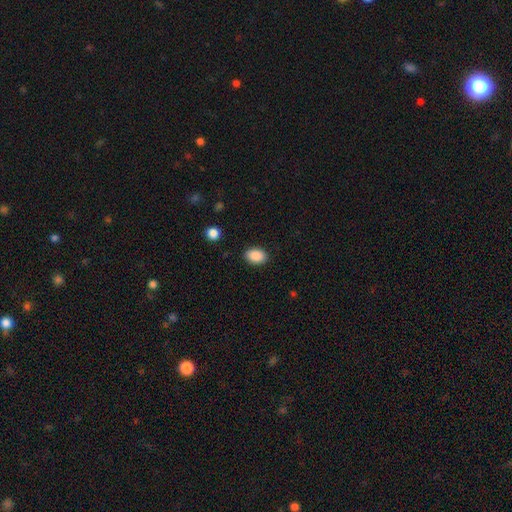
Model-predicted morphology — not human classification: The model was most divided on "how rounded": in between: 81%, round: 18%, cigar-shaped: 1%. More confident: smooth or featured — smooth (90%); merging — none (88%).